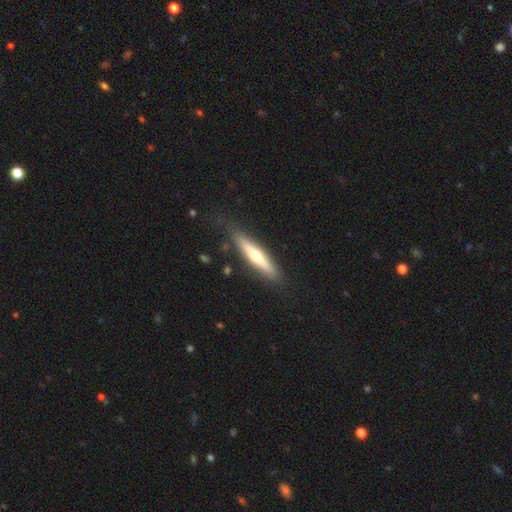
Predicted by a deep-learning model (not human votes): This appears to be a featured or disk galaxy (54%) viewed edge-on (92%) with a rounded central bulge (87%). Merging: none (79%).